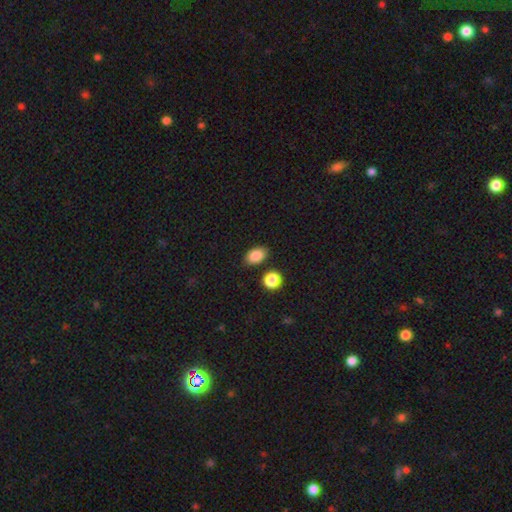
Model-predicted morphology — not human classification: Smooth or featured? Predicted: smooth (p=0.86). How rounded? Predicted: in between (p=0.84). Merging? Predicted: none (p=0.81).